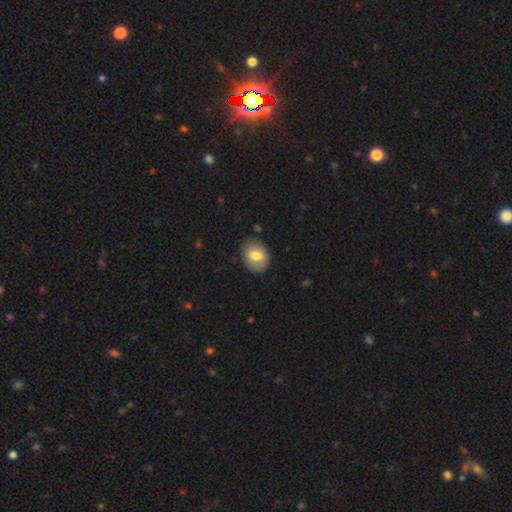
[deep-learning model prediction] Overall: smooth (75%). How rounded: in between (63%; round 36%). Merging: none (82%).